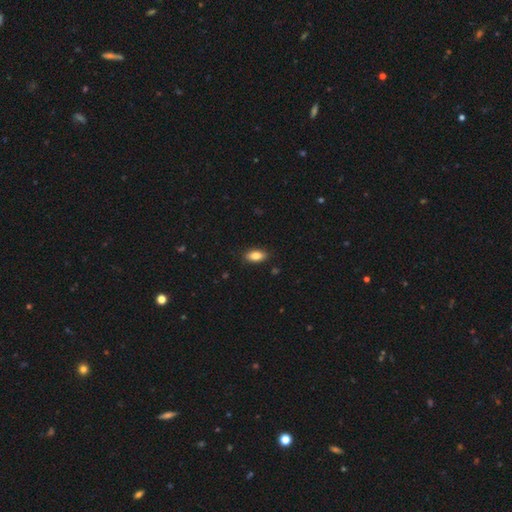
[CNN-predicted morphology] Smooth or featured?
  - smooth: 84% *
  - featured or disk: 9%
  - star or artifact: 7%
How rounded?
  - in between: 89% *
  - cigar-shaped: 7%
  - round: 4%
Merging?
  - none: 87% *
  - minor disturbance: 9%
  - major disturbance: 2%
  - merger: 1%